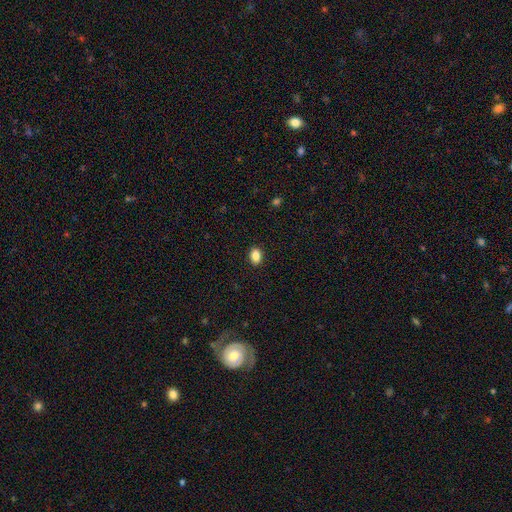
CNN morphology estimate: type=smooth (87%); roundness=in between (74%); merging=none (91%).